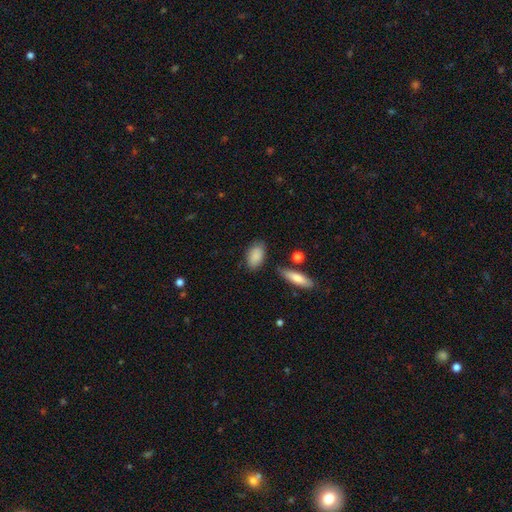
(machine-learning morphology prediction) This appears to be a smooth galaxy with no disk features (87%) that is in between round and cigar-shaped (90%). Merging: none (75%).